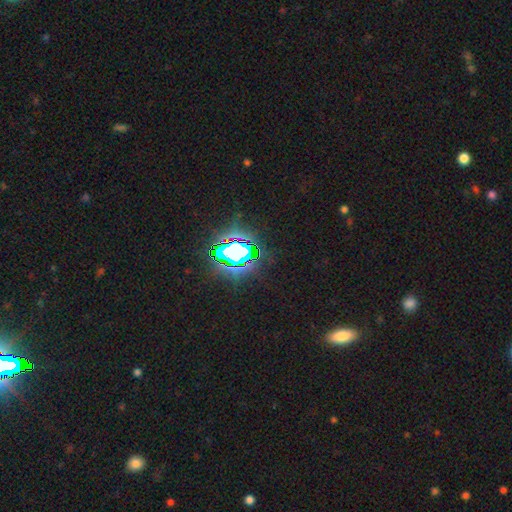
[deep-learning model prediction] Smooth or featured: star or artifact — 81% (smooth — 12%)